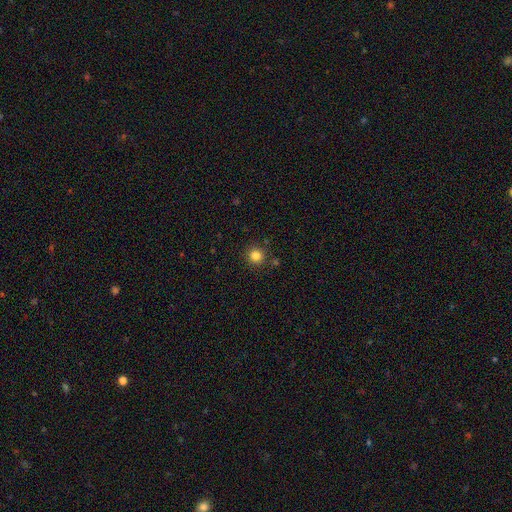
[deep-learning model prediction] Overall: smooth (83%). How rounded: round (95%). Merging: none (88%).